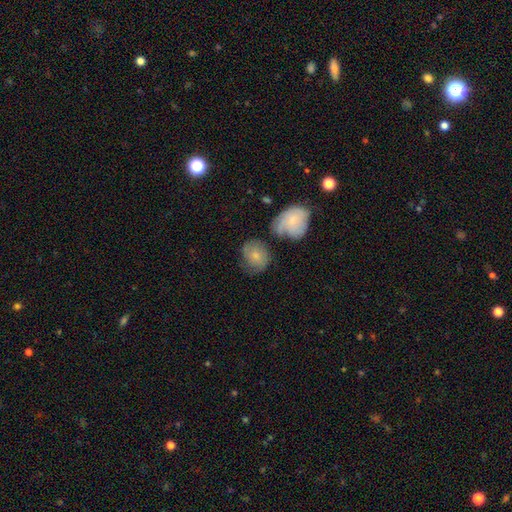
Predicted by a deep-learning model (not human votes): A smooth galaxy with no disk features (57%) that is round (66%).

Vote fractions:
- Smooth or featured? smooth: 57% / featured or disk: 36% / star or artifact: 7%
- How rounded? round: 66% / in between: 33% / cigar-shaped: 1%
- Merging? none: 55% / minor disturbance: 21% / merger: 15% / major disturbance: 9%